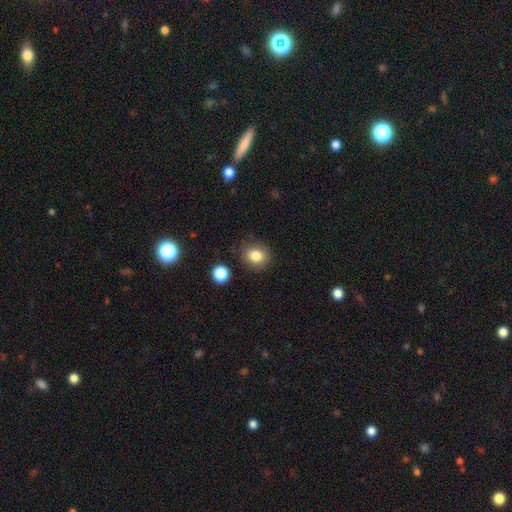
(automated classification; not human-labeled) smooth 83%, star or artifact 10%, featured or disk 6%. Down the decision tree: how rounded — round (66%); merging — none (84%).